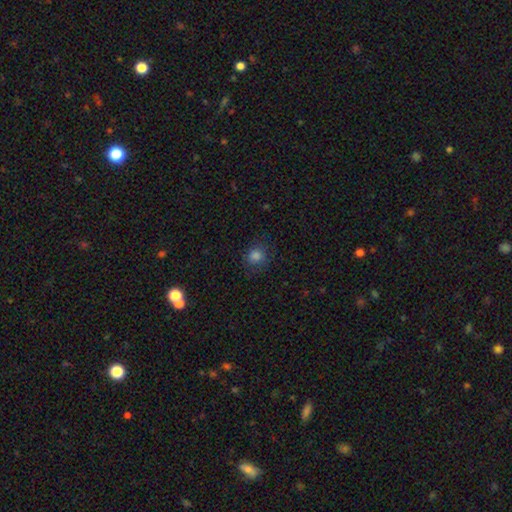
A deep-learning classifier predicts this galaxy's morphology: A smooth galaxy with no disk features (82%) that is round (85%). Merging: none (83%).